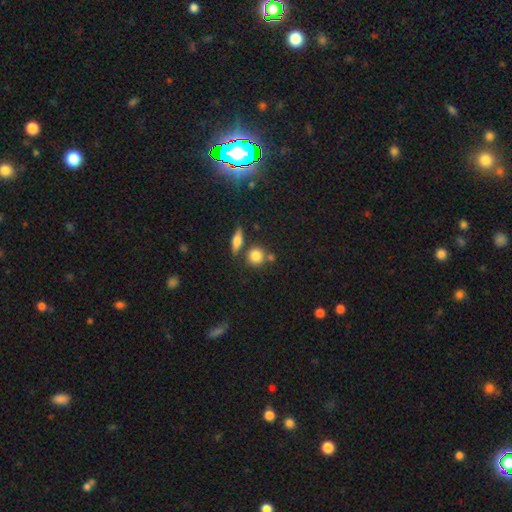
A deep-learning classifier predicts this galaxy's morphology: Smooth or featured? Predicted: smooth (p=0.80). How rounded? Predicted: round (p=0.83). Merging? Predicted: none (p=0.68).